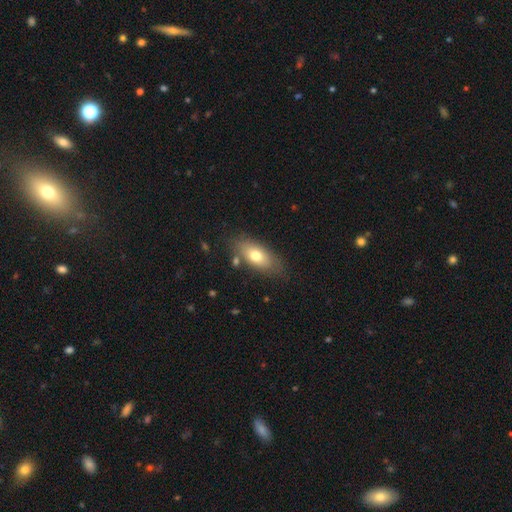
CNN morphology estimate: Q: Smooth or featured?
A: smooth (71%); runner-up: featured or disk (22%)
Q: How rounded?
A: in between (86%); runner-up: cigar-shaped (10%)
Q: Merging?
A: none (75%); runner-up: minor disturbance (16%)